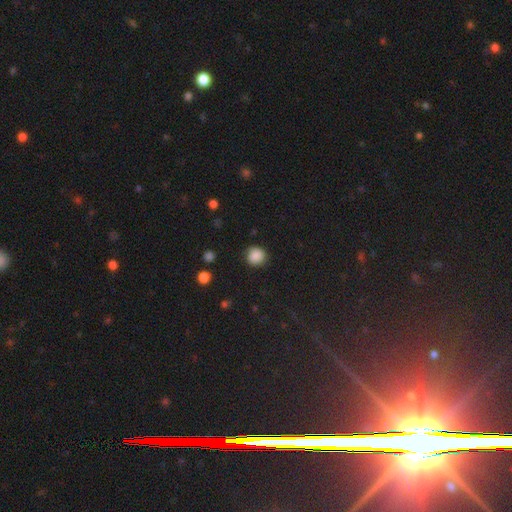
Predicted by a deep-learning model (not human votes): This is clearly a smooth galaxy (87%). How rounded: clearly round (90%). Merging: clearly none (86%).